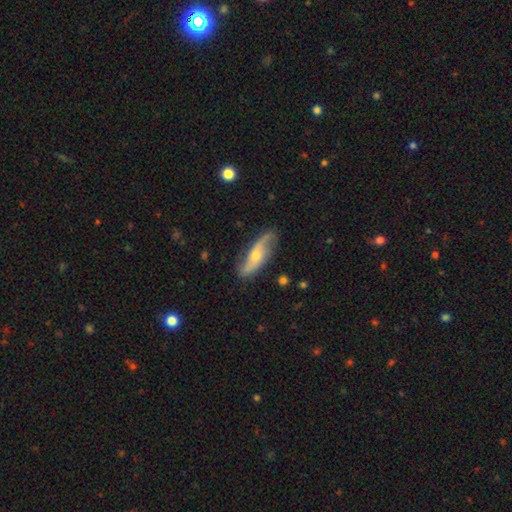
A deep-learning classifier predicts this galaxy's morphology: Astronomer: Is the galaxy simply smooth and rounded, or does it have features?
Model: featured or disk — 69%.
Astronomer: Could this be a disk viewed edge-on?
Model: no — 77%.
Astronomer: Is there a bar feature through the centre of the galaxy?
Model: no — 64%.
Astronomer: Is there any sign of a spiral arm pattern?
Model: yes — 90%.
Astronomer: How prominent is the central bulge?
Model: moderate — 50% (runner-up: small, 44%).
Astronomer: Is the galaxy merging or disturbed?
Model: none — 77%.